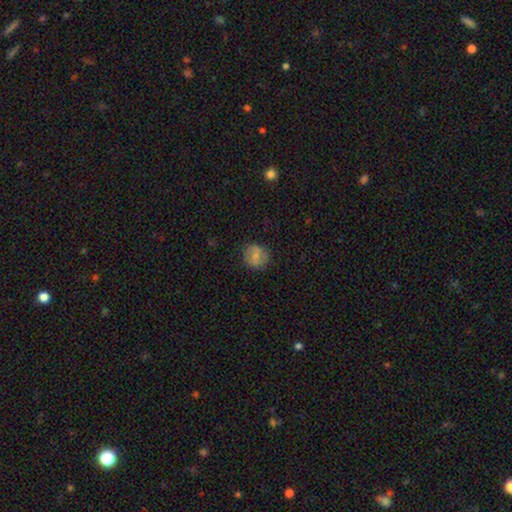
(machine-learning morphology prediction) This appears to be a smooth galaxy with no disk features (71%) that is round (84%). Merging: none (79%).